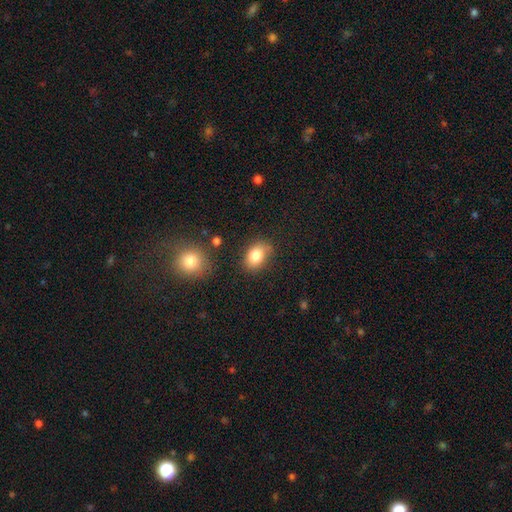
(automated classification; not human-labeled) The model was most divided on "how rounded": in between: 76%, round: 23%, cigar-shaped: 1%. More confident: smooth or featured — smooth (83%); merging — none (76%).